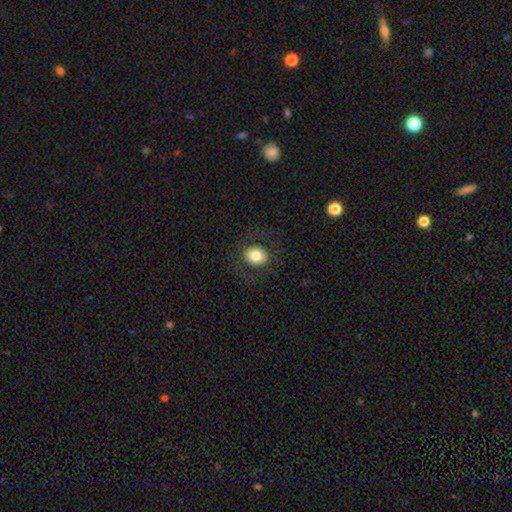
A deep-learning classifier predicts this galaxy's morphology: Q: Smooth or featured?
A: smooth (72%); runner-up: featured or disk (19%)
Q: How rounded?
A: round (61%); runner-up: in between (38%)
Q: Merging?
A: none (80%); runner-up: minor disturbance (11%)